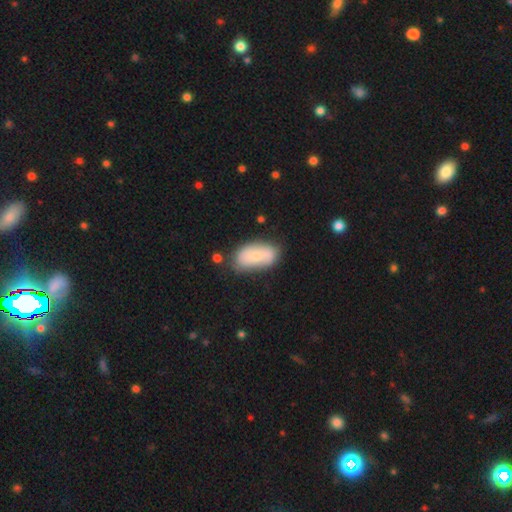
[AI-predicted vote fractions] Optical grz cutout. It shows a smooth galaxy with no disk features (67%) that is in between round and cigar-shaped (92%). Merging: none (69%).